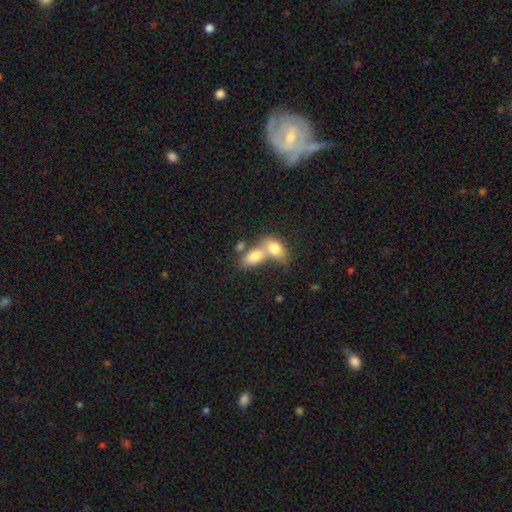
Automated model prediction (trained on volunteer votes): smooth_or_featured: smooth (p=0.76) [alt: featured or disk p=0.16]
how_rounded: in between (p=0.86) [alt: round p=0.10]
merging: merger (p=0.68) [alt: none p=0.21]